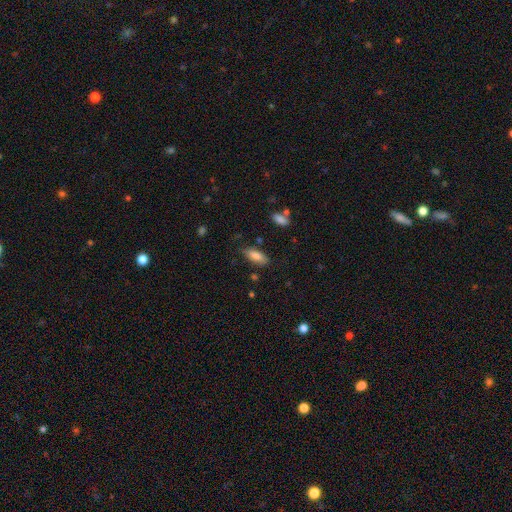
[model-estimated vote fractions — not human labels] Q: Smooth or featured?
A: smooth (83%); runner-up: featured or disk (10%)
Q: How rounded?
A: in between (78%); runner-up: cigar-shaped (20%)
Q: Merging?
A: none (77%); runner-up: minor disturbance (17%)